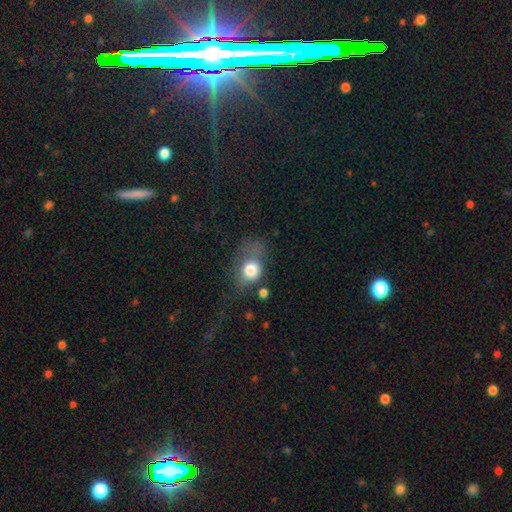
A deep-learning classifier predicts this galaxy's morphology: Overall: star or artifact (38%; smooth 32%).